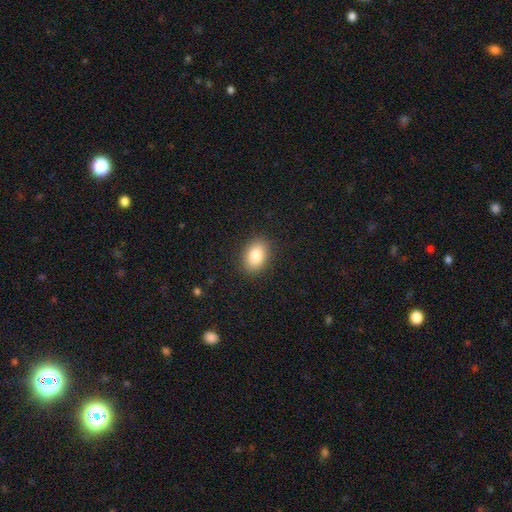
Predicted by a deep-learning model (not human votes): smooth_or_featured: smooth (p=0.84) [alt: star or artifact p=0.08]
how_rounded: in between (p=0.80) [alt: round p=0.18]
merging: none (p=0.89) [alt: minor disturbance p=0.08]